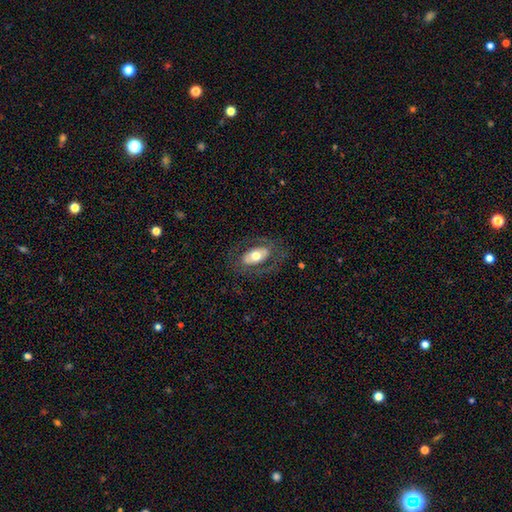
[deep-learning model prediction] Smooth or featured? Predicted: smooth (p=0.47, tied with featured or disk). Merging? Predicted: none (p=0.74).